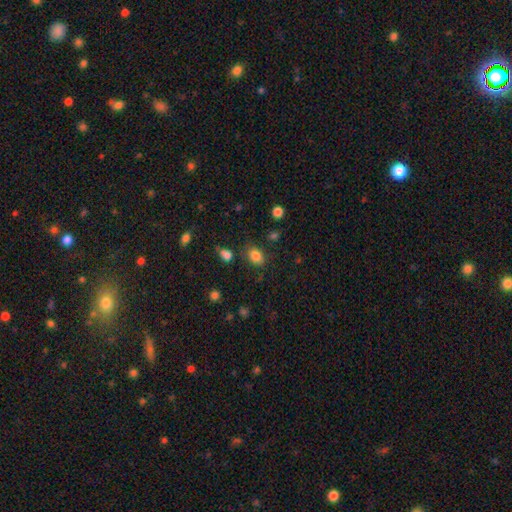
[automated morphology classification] smooth_or_featured: smooth (p=0.83) [alt: star or artifact p=0.11]
how_rounded: in between (p=0.71) [alt: round p=0.28]
merging: none (p=0.77) [alt: minor disturbance p=0.14]